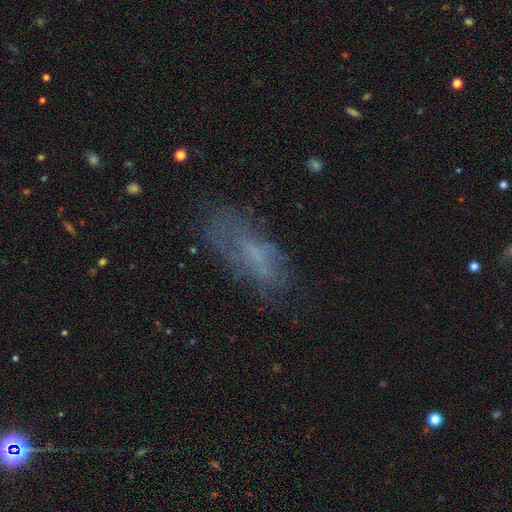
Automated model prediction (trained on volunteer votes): smooth_or_featured: smooth (p=0.44) [alt: featured or disk p=0.42]
merging: none (p=0.55) [alt: minor disturbance p=0.24]